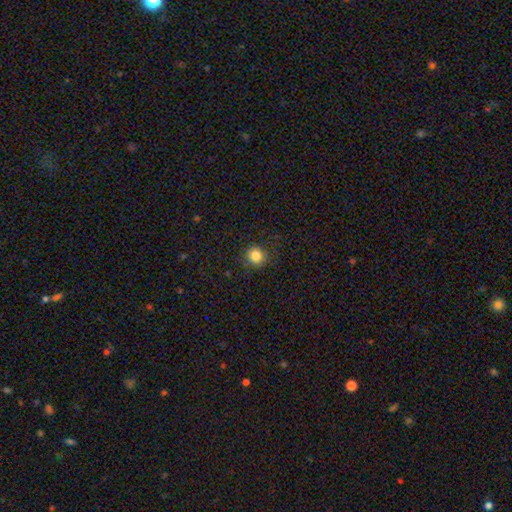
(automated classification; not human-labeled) Smooth or featured? Predicted: smooth (p=0.84). How rounded? Predicted: round (p=0.90). Merging? Predicted: none (p=0.88).